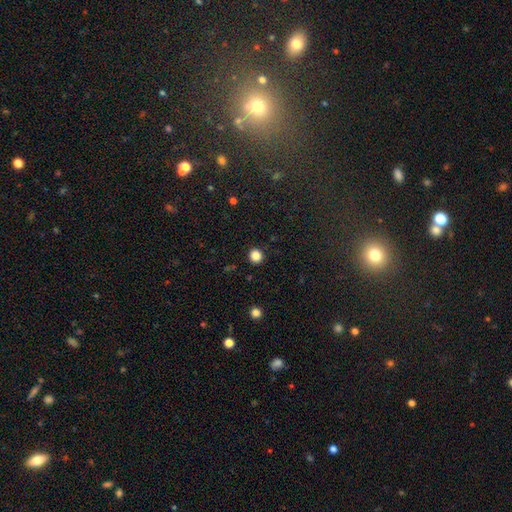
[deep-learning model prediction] Smooth or featured: smooth — 85% (star or artifact — 12%)
How rounded: round — 89% (in between — 10%)
Merging: none — 92% (minor disturbance — 5%)